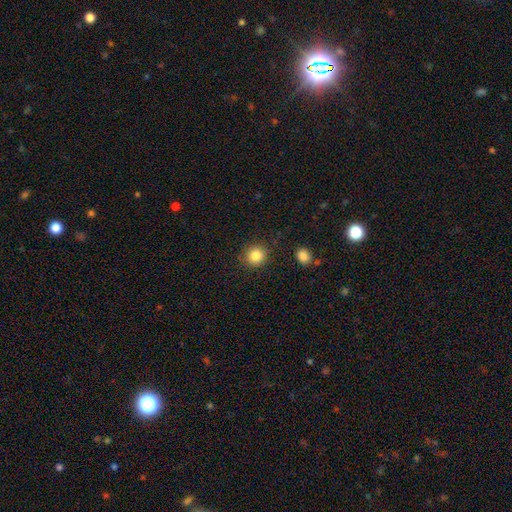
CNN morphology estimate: This appears to be a smooth galaxy with no disk features (85%) that is round (91%). Merging: none (88%).